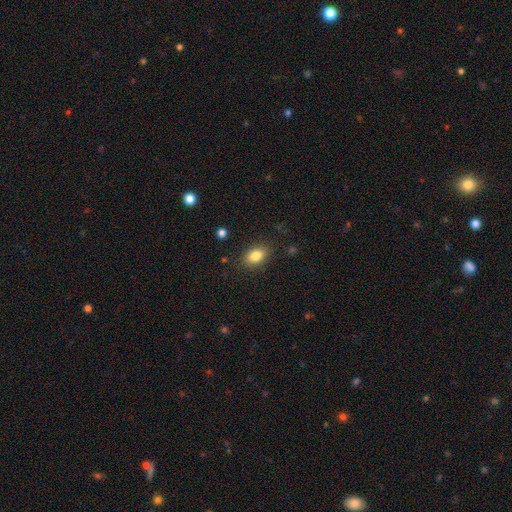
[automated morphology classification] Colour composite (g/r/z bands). It shows a smooth galaxy with no disk features (83%) that is in between round and cigar-shaped (82%). Merging: none (85%).